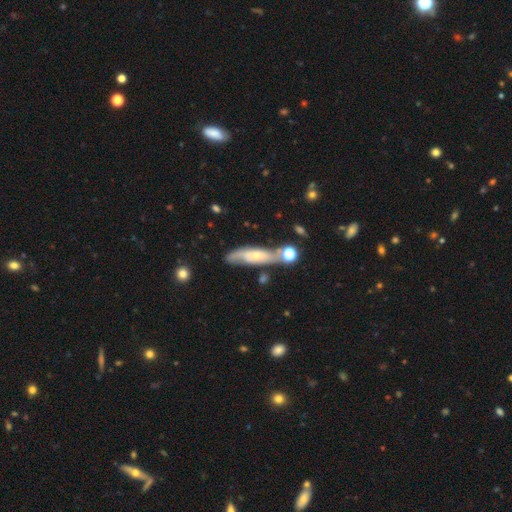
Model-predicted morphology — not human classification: Q: Smooth or featured?
A: featured or disk (59%); runner-up: smooth (33%)
Q: Edge-on disk?
A: no (63%); runner-up: yes (37%)
Q: Merging?
A: none (55%); runner-up: minor disturbance (22%)